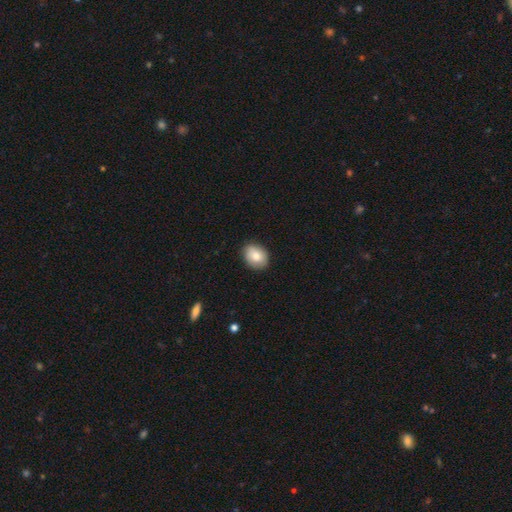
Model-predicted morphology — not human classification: smooth-or-featured: smooth: 83% | featured or disk: 10% | star or artifact: 7%
  how-rounded: in between: 57% | round: 42% | cigar-shaped: 1%
  merging: none: 86% | minor disturbance: 11% | major disturbance: 2% | merger: 1%